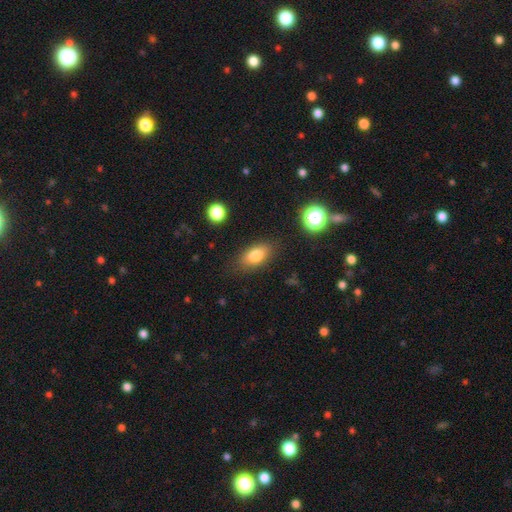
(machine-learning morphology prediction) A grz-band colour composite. It shows a smooth galaxy with no disk features (80%) that is in between round and cigar-shaped (86%). Merging: none (83%).